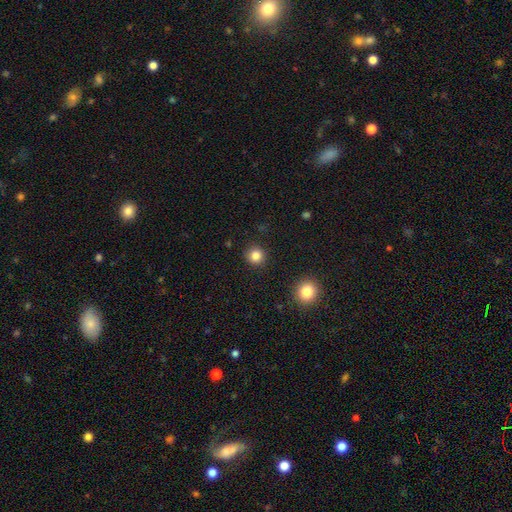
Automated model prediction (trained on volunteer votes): smooth-or-featured: smooth: 83% | star or artifact: 12% | featured or disk: 5%
  how-rounded: round: 92% | in between: 7% | cigar-shaped: 1%
  merging: none: 91% | minor disturbance: 6% | major disturbance: 2% | merger: 1%